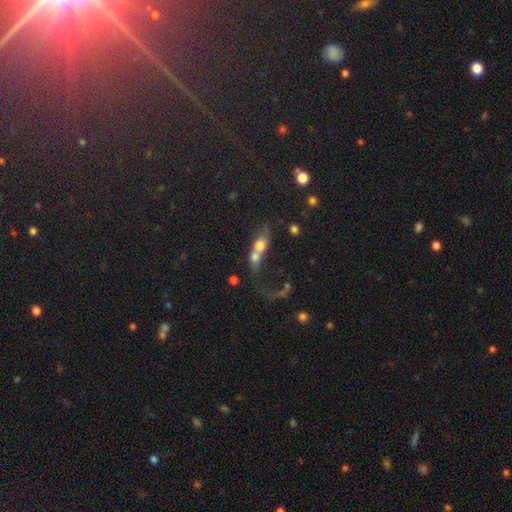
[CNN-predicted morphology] smooth_or_featured: smooth (p=0.58) [alt: featured or disk p=0.29]
how_rounded: in between (p=0.49) [alt: round p=0.40]
merging: merger (p=0.71) [alt: none p=0.12]